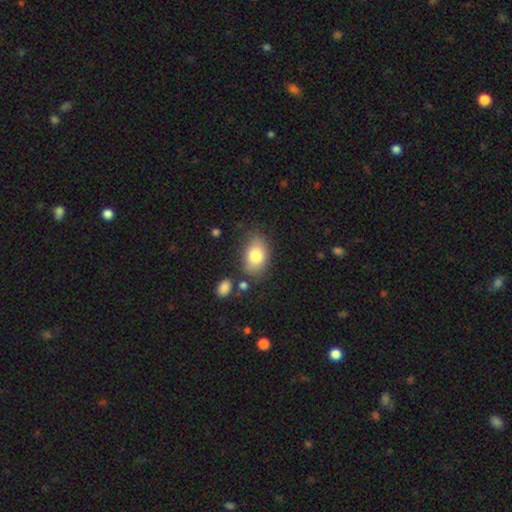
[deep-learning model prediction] Smooth or featured? smooth (79%)
How rounded? in between (84%)
Merging? none (71%)